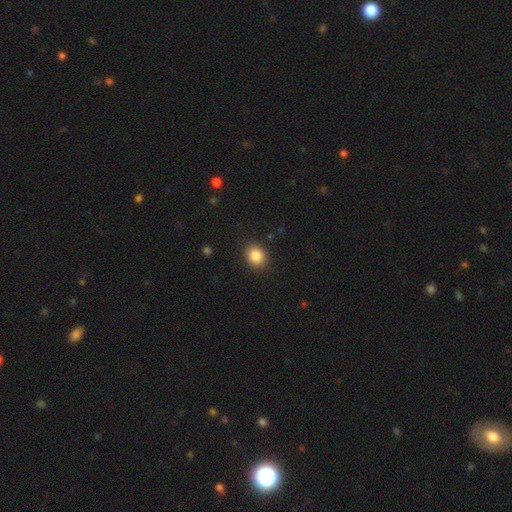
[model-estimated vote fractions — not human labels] Smooth or featured? smooth (87%)
How rounded? round (66%)
Merging? none (89%)